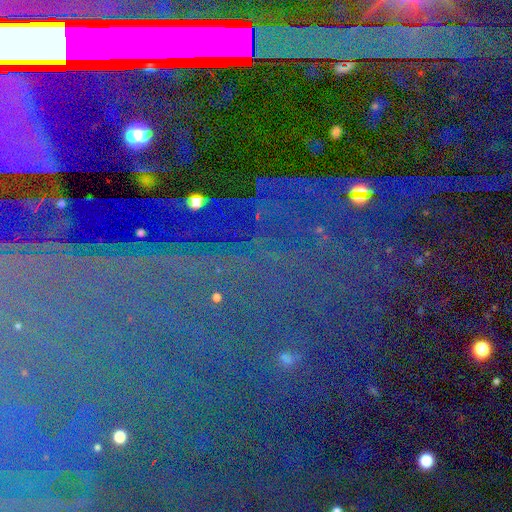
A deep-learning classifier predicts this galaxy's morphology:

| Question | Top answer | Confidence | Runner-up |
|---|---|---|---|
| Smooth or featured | star or artifact | 84% | smooth (8%) |